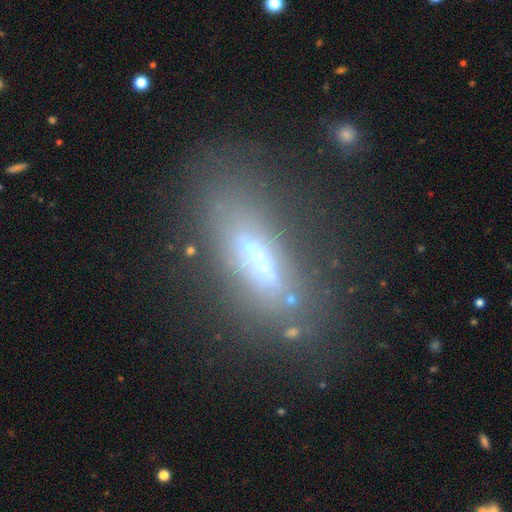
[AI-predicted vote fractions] Smooth or featured? featured or disk (45%)
Merging? none (58%)